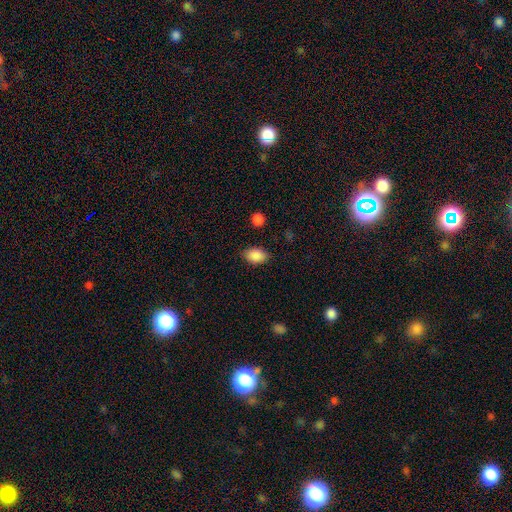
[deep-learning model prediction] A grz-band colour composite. It shows a smooth galaxy with no disk features (88%) that is in between round and cigar-shaped (81%). Merging: none (82%).